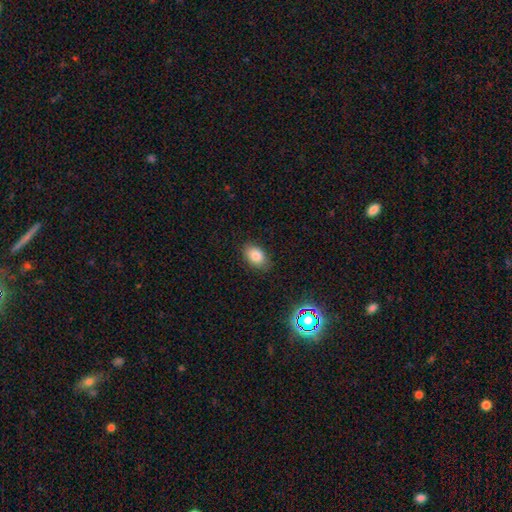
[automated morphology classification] A smooth galaxy with no disk features (83%) that is in between round and cigar-shaped (87%). Merging: none (84%).